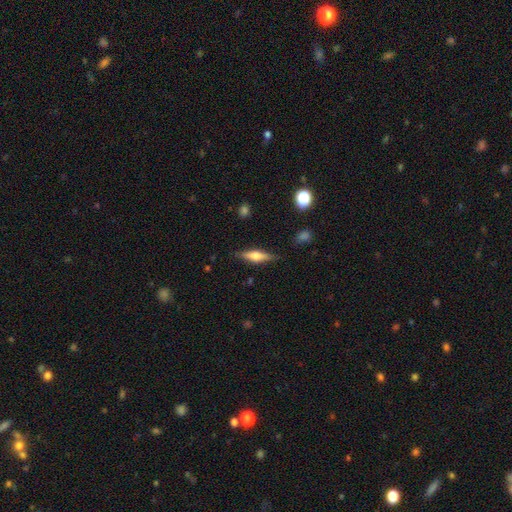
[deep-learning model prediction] Smooth or featured? Predicted: featured or disk (p=0.48). Merging? Predicted: none (p=0.83).